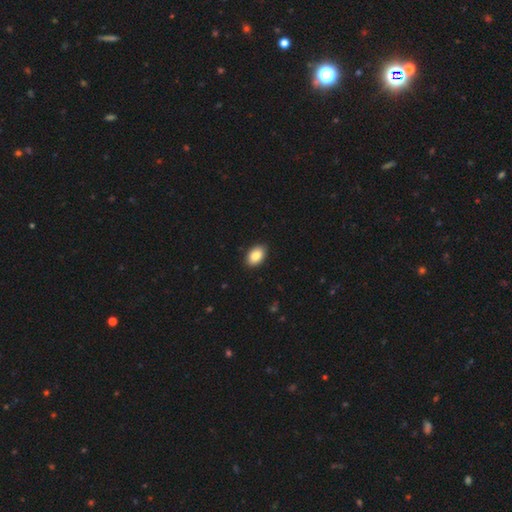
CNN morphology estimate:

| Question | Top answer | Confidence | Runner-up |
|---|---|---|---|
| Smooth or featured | smooth | 86% | star or artifact (7%) |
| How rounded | in between | 89% | round (10%) |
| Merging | none | 89% | minor disturbance (8%) |